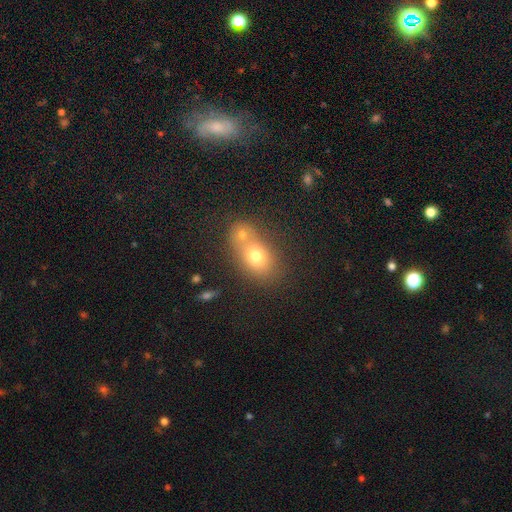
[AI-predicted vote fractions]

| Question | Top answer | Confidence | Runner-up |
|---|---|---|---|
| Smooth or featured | smooth | 71% | featured or disk (17%) |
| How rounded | in between | 66% | round (32%) |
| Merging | merger | 51% | none (35%) |